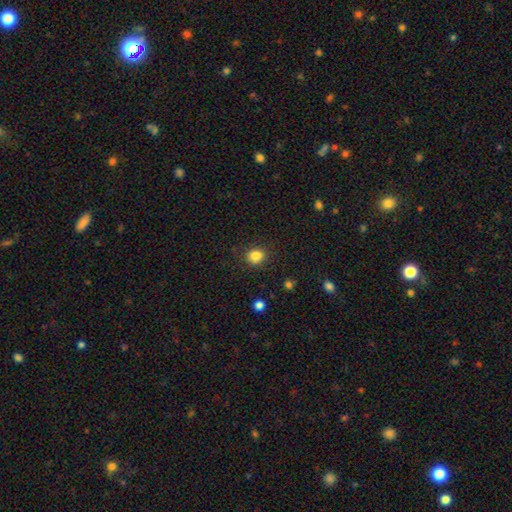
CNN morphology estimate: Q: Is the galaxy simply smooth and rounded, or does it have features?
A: smooth — 84%.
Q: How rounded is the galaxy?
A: round — 66%.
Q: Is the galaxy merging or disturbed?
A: none — 84%.